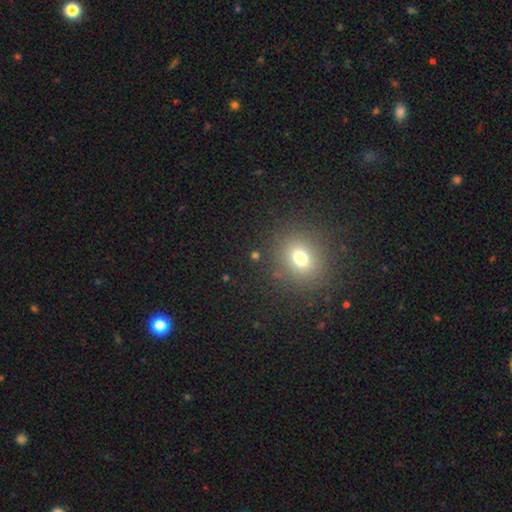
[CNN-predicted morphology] This is likely a smooth galaxy (67%). How rounded: likely round (73%). Merging: clearly none (85%).